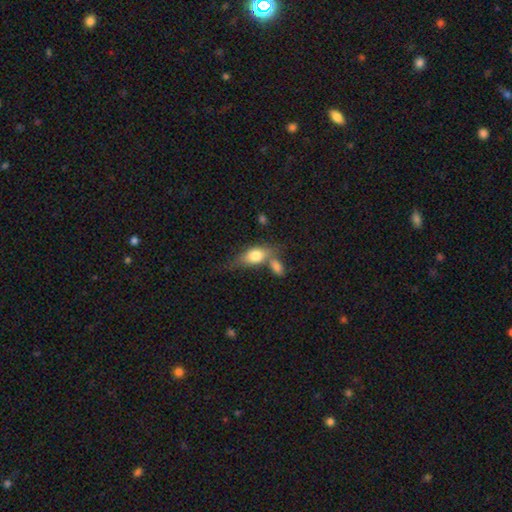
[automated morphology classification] Smooth or featured? smooth (72%)
How rounded? in between (80%)
Merging? none (40%)